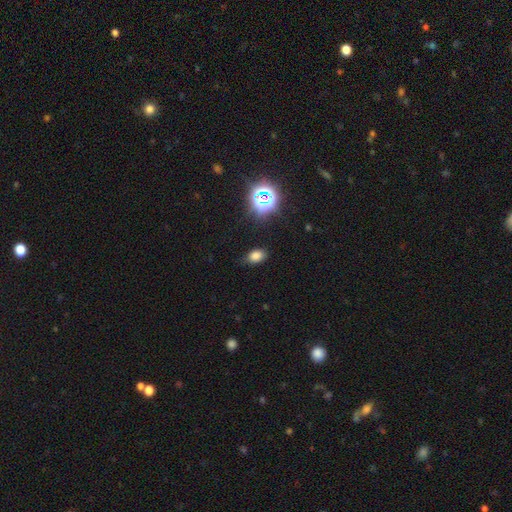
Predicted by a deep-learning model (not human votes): A smooth galaxy with no disk features (73%) that is in between round and cigar-shaped (84%).

Vote fractions:
- Smooth or featured? smooth: 73% / star or artifact: 20% / featured or disk: 6%
- How rounded? in between: 84% / round: 14% / cigar-shaped: 2%
- Merging? none: 79% / minor disturbance: 16% / major disturbance: 4% / merger: 1%